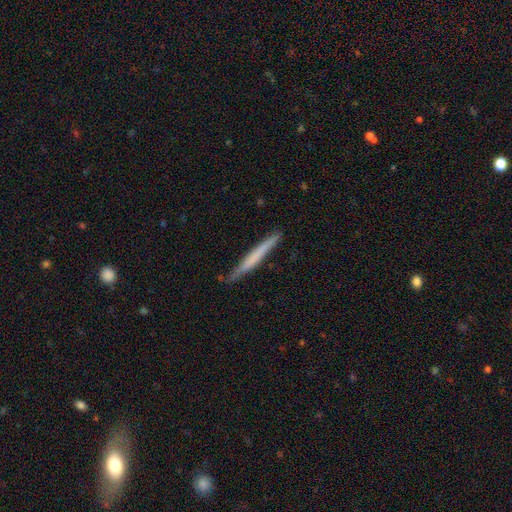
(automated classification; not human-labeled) smooth-or-featured: smooth: 56% | featured or disk: 39% | star or artifact: 5%
  how-rounded: cigar-shaped: 97% | in between: 2% | round: 1%
  merging: none: 85% | minor disturbance: 12% | major disturbance: 2% | merger: 1%